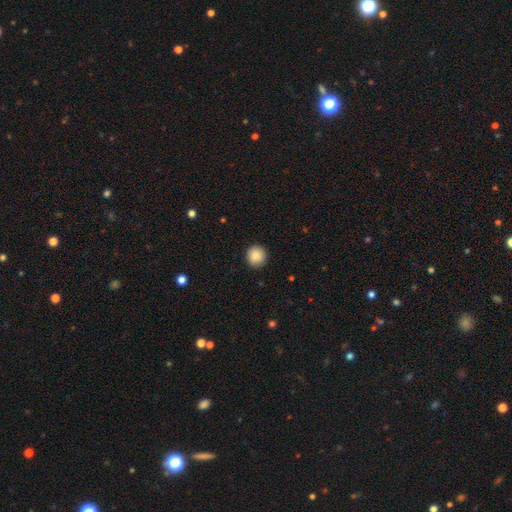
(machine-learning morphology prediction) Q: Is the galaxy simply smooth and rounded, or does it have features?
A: smooth — 89%.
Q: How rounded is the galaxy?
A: round — 94%.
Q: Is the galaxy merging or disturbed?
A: none — 92%.